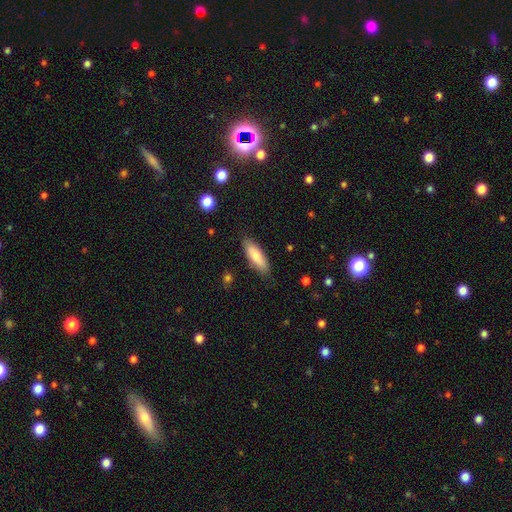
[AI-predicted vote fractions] Q: Smooth or featured?
A: smooth (79%); runner-up: featured or disk (15%)
Q: How rounded?
A: in between (58%); runner-up: cigar-shaped (40%)
Q: Merging?
A: none (83%); runner-up: minor disturbance (13%)